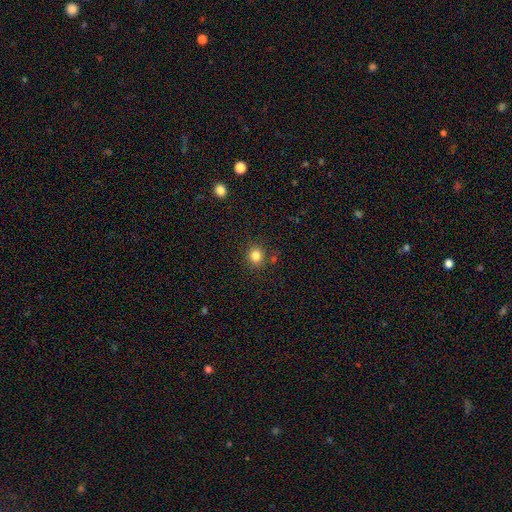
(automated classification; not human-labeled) A smooth galaxy with no disk features (82%) that is round (84%). Merging: none (84%).